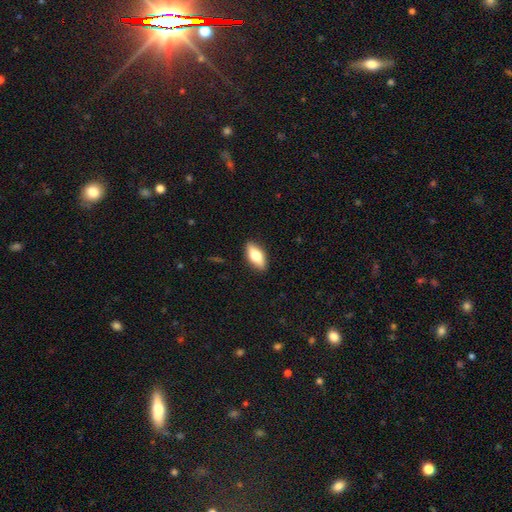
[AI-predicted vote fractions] Morphology: type=smooth (70%); roundness=in between (83%); merging=none (88%).